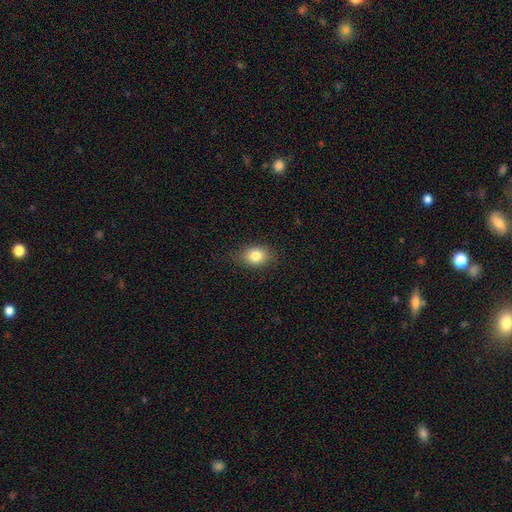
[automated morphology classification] Smooth or featured? Predicted: smooth (p=0.83). How rounded? Predicted: in between (p=0.67). Merging? Predicted: none (p=0.82).